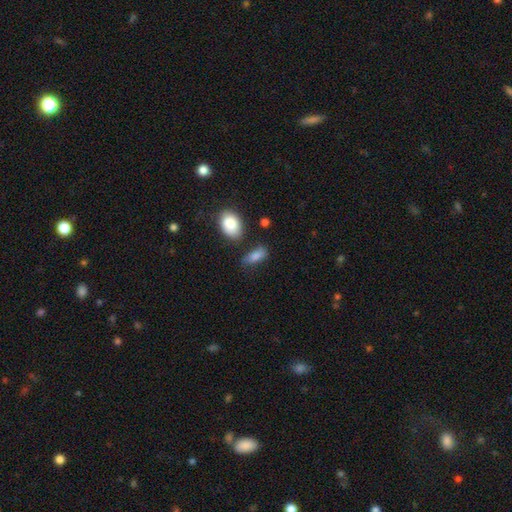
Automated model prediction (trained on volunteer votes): Morphology: type=smooth (82%); roundness=in between (85%); merging=none (55%).